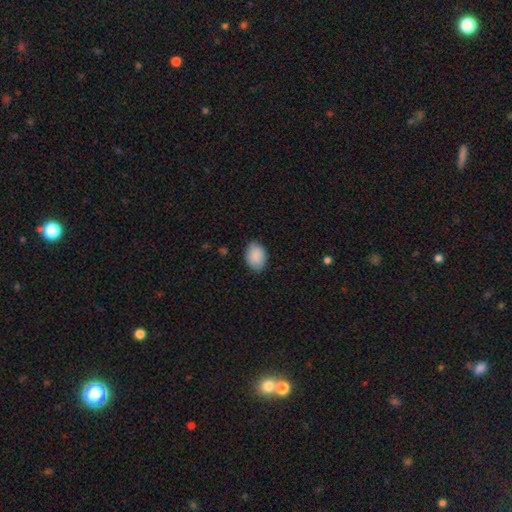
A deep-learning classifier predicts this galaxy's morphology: This appears to be a smooth galaxy with no disk features (90%) that is in between round and cigar-shaped (78%). Merging: none (84%).